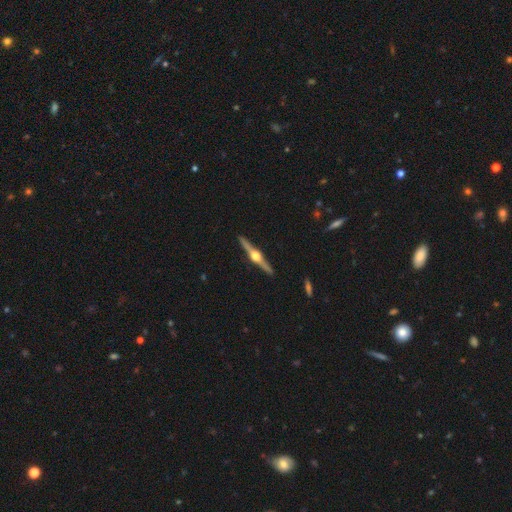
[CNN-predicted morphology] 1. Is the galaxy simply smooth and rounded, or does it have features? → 87% featured or disk, 9% smooth, 4% star or artifact.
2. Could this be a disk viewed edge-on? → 99% yes, 1% no.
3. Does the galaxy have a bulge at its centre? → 97% rounded, 2% boxy, 1% none.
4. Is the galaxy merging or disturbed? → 93% none, 5% minor disturbance, 1% major disturbance, 1% merger.